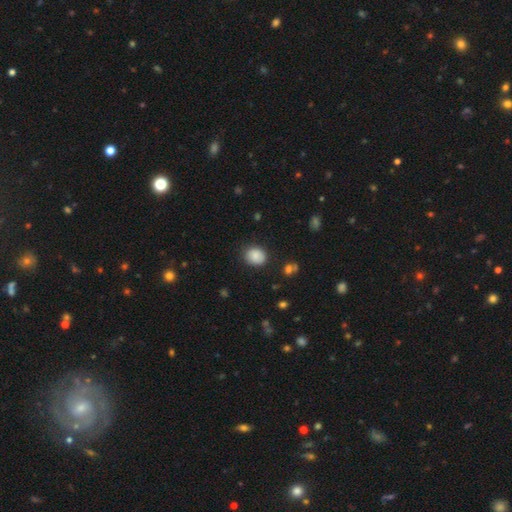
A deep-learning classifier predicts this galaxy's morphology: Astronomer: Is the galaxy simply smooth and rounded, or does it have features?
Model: smooth — 85%.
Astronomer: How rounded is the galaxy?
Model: round — 65%.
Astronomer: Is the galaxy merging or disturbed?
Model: none — 81%.